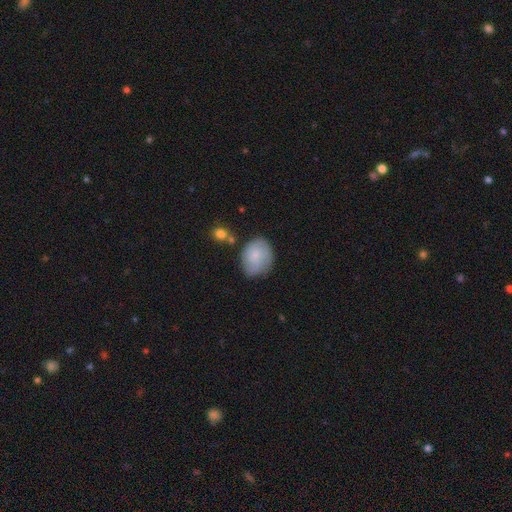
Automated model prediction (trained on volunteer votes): Q: Smooth or featured?
A: smooth (63%); runner-up: featured or disk (30%)
Q: How rounded?
A: in between (50%); runner-up: round (49%)
Q: Merging?
A: none (63%); runner-up: minor disturbance (26%)